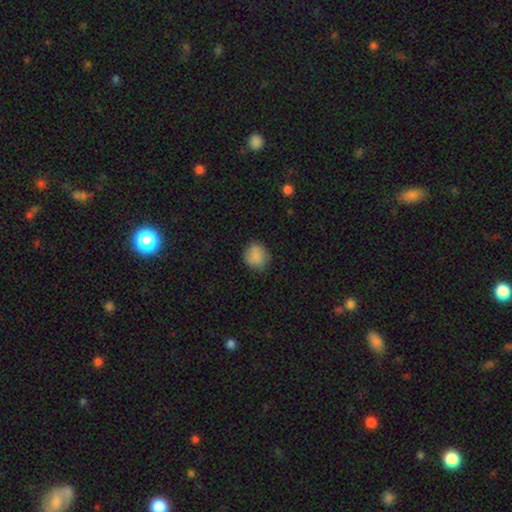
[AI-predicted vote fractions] Smooth or featured? smooth (82%)
How rounded? round (79%)
Merging? none (79%)